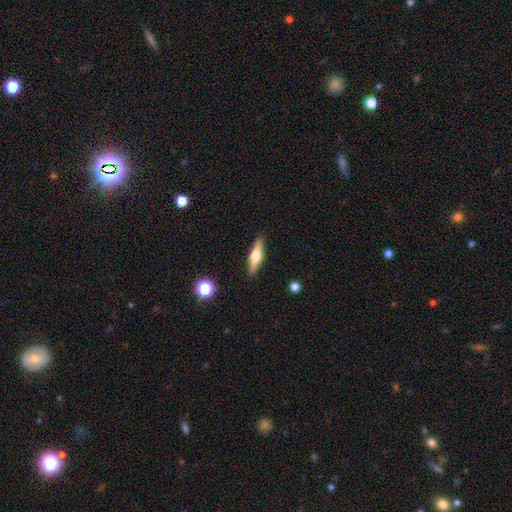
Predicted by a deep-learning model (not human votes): smooth_or_featured: featured or disk (p=0.55) [alt: smooth p=0.39]
disk_edge_on: yes (p=0.94) [alt: no p=0.06]
edge_on_bulge: rounded (p=0.93) [alt: boxy p=0.04]
merging: none (p=0.90) [alt: minor disturbance p=0.07]